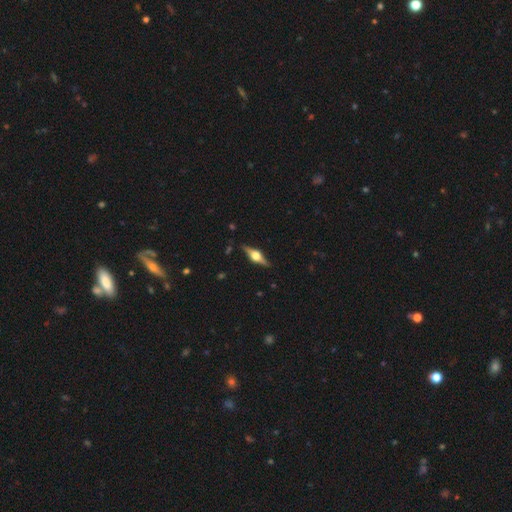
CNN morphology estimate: Smooth or featured: featured or disk — 80% (smooth — 14%)
Edge-on disk: yes — 98% (no — 2%)
Edge-on bulge: rounded — 94% (boxy — 5%)
Merging: none — 89% (minor disturbance — 8%)